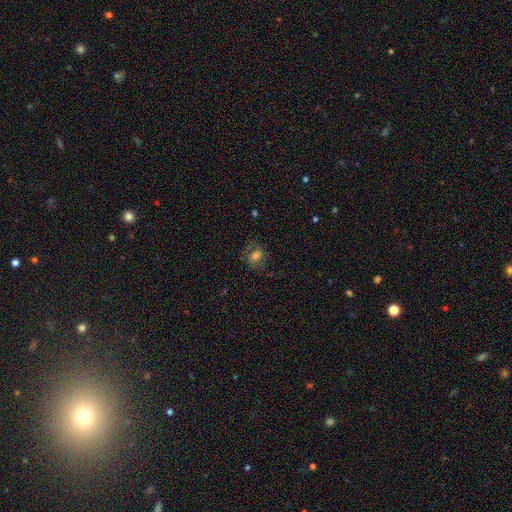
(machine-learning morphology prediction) This is possibly a smooth galaxy (57%). How rounded: possibly round (56%). Merging: likely none (72%).